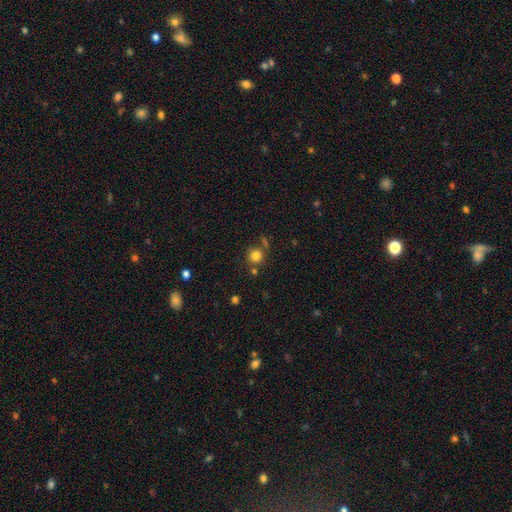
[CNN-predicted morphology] This is likely a smooth galaxy (80%). How rounded: clearly round (92%). Merging: likely none (73%).